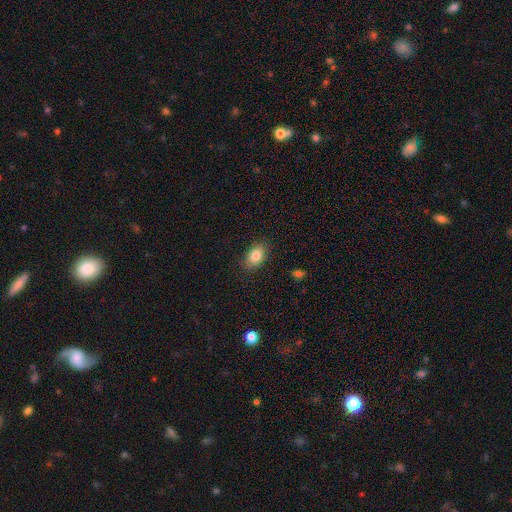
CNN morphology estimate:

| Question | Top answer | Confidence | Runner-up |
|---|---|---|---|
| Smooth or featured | smooth | 84% | star or artifact (8%) |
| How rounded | in between | 83% | round (15%) |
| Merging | none | 84% | minor disturbance (12%) |